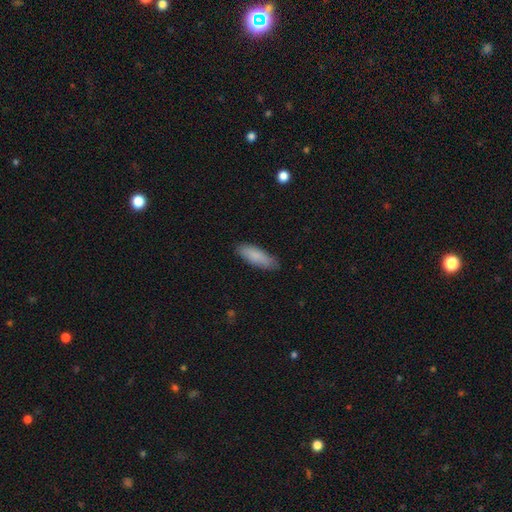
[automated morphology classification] type=smooth (86%); roundness=in between (57%); merging=none (83%).